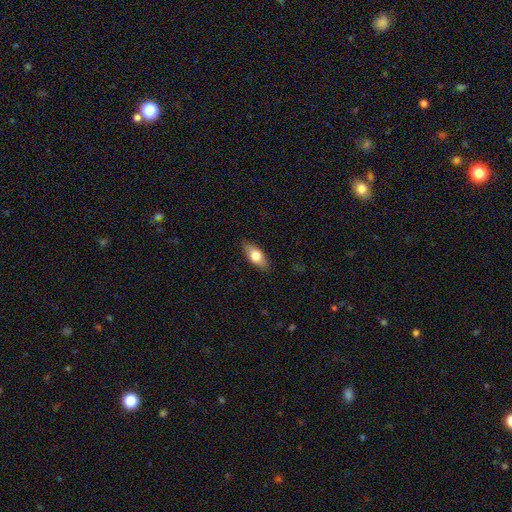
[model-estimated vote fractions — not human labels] smooth_or_featured: smooth (p=0.67) [alt: featured or disk p=0.26]
how_rounded: in between (p=0.80) [alt: cigar-shaped p=0.15]
merging: none (p=0.87) [alt: minor disturbance p=0.09]